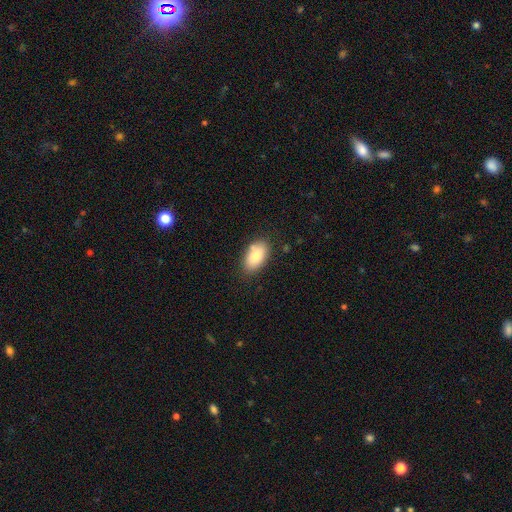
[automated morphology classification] smooth_or_featured: smooth (p=0.84) [alt: featured or disk p=0.09]
how_rounded: in between (p=0.93) [alt: round p=0.05]
merging: none (p=0.79) [alt: minor disturbance p=0.15]